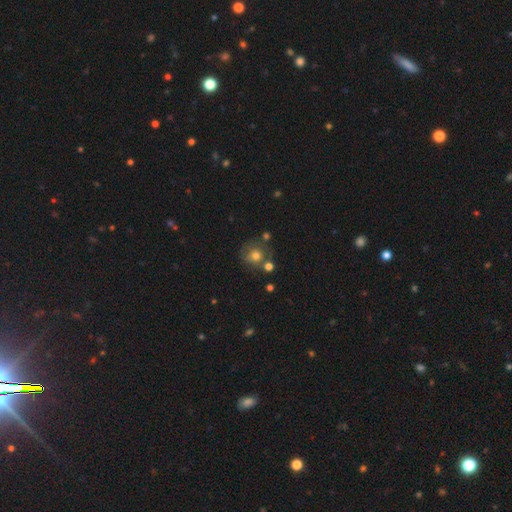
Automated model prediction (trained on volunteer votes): A smooth galaxy with no disk features (66%) that is round (87%). Merging: none (59%).